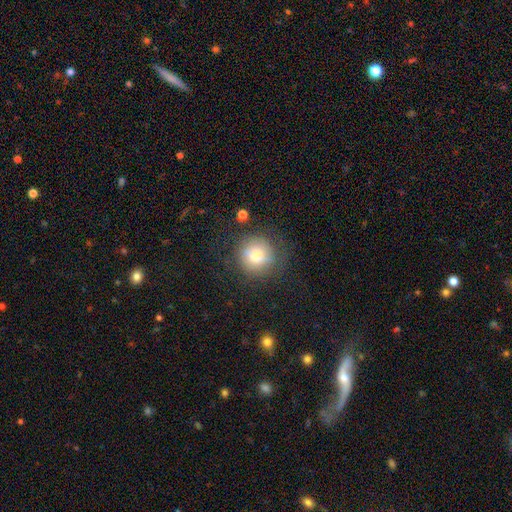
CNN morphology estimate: Smooth or featured?
  - smooth: 73% *
  - featured or disk: 17%
  - star or artifact: 10%
How rounded?
  - round: 92% *
  - in between: 7%
  - cigar-shaped: 1%
Merging?
  - none: 76% *
  - minor disturbance: 14%
  - major disturbance: 8%
  - merger: 2%